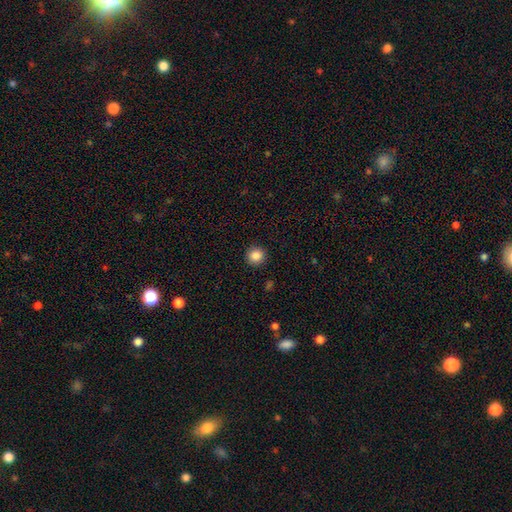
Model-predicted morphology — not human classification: type=smooth (87%); roundness=round (93%); merging=none (91%).